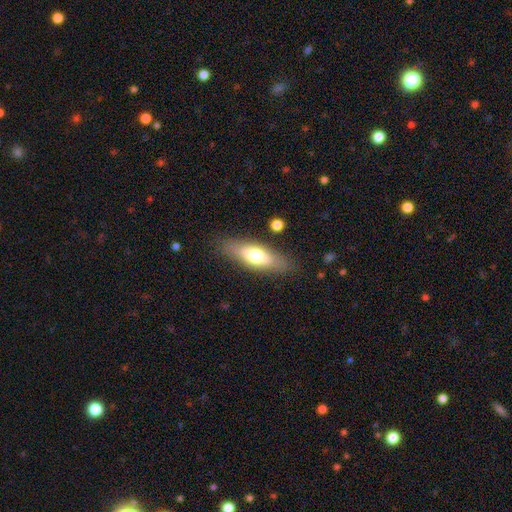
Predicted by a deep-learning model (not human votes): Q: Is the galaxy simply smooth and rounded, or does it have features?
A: smooth — 62%.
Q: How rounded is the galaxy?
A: in between — 56%.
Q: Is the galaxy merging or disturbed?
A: none — 83%.